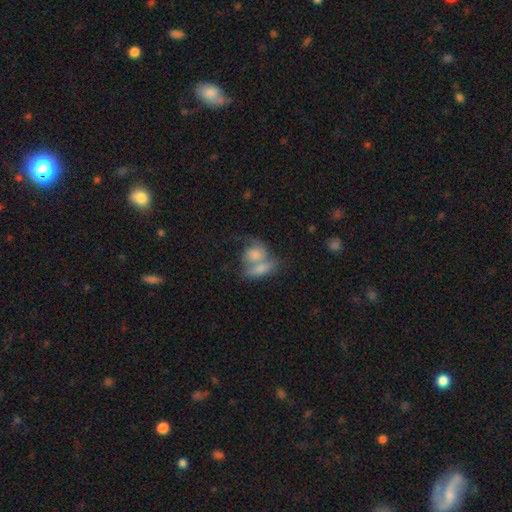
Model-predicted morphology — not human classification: This appears to be a smooth galaxy with no disk features (54%) that is in between round and cigar-shaped (60%). Merging: merger (64%).